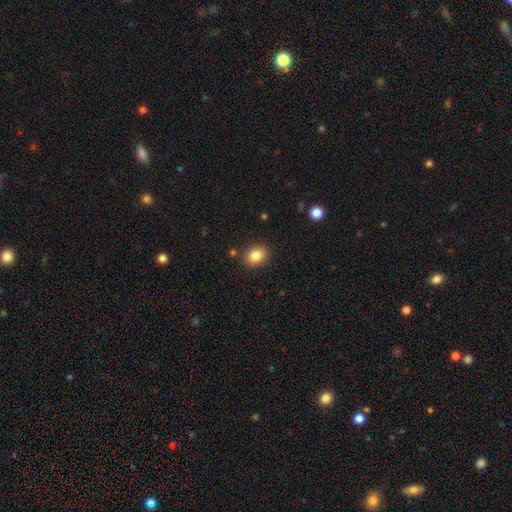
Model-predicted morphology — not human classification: Q: Smooth or featured?
A: smooth (86%); runner-up: star or artifact (9%)
Q: How rounded?
A: in between (64%); runner-up: round (35%)
Q: Merging?
A: none (87%); runner-up: minor disturbance (9%)